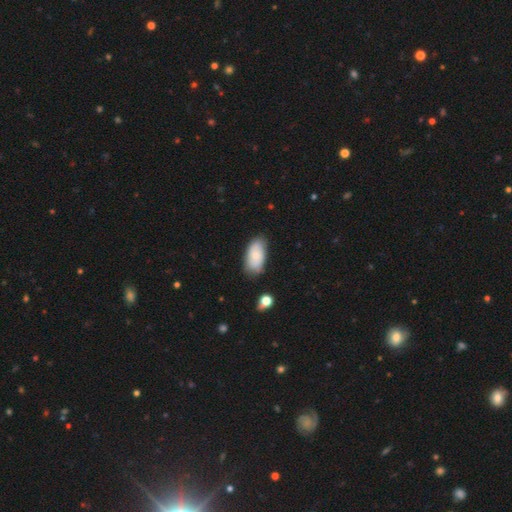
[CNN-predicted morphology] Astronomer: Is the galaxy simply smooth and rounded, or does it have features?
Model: smooth — 74%.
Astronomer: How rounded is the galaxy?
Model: in between — 94%.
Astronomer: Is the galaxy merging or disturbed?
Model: none — 73%.